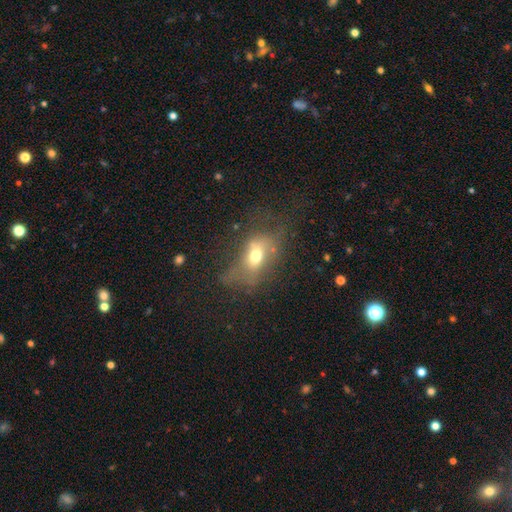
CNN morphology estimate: Q: Smooth or featured?
A: smooth (57%); runner-up: featured or disk (29%)
Q: How rounded?
A: in between (77%); runner-up: round (18%)
Q: Merging?
A: major disturbance (36%); runner-up: none (34%)